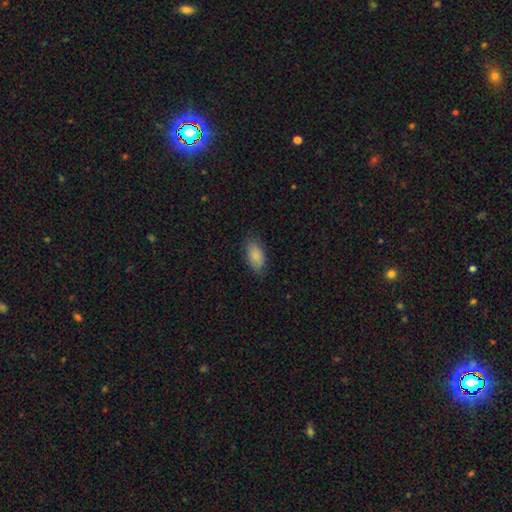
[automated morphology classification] Smooth or featured? Predicted: smooth (p=0.86). How rounded? Predicted: in between (p=0.93). Merging? Predicted: none (p=0.77).